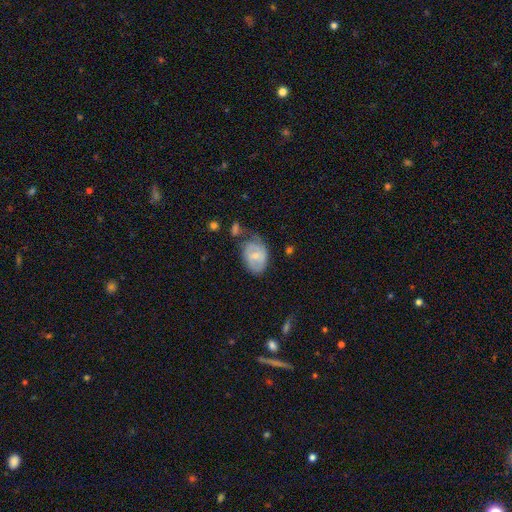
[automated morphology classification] Q: Smooth or featured?
A: smooth (47%); runner-up: featured or disk (46%)
Q: Merging?
A: none (46%); runner-up: minor disturbance (32%)